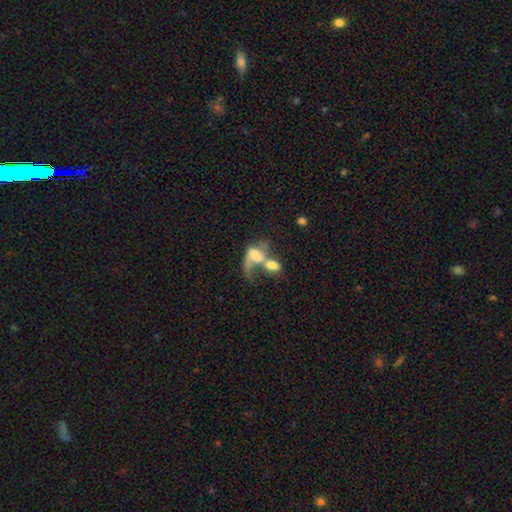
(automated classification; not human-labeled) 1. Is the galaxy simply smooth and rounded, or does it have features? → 46% featured or disk, 43% smooth, 10% star or artifact.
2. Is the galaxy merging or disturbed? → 65% merger, 19% major disturbance, 10% none, 6% minor disturbance.